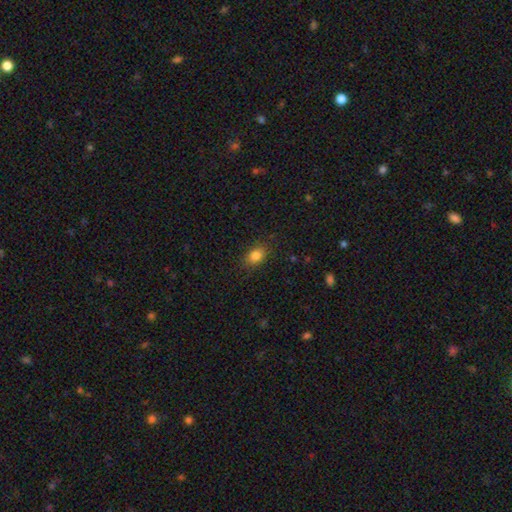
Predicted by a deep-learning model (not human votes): smooth-or-featured: smooth: 83% | star or artifact: 10% | featured or disk: 7%
  how-rounded: in between: 74% | round: 24% | cigar-shaped: 2%
  merging: none: 85% | minor disturbance: 11% | major disturbance: 3% | merger: 1%